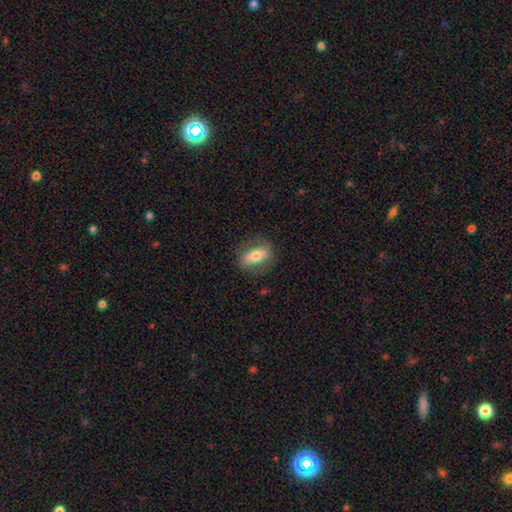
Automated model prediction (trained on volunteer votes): A smooth galaxy with no disk features (58%) that is in between round and cigar-shaped (82%).

Vote fractions:
- Smooth or featured? smooth: 58% / featured or disk: 35% / star or artifact: 7%
- How rounded? in between: 82% / round: 9% / cigar-shaped: 9%
- Merging? none: 78% / minor disturbance: 15% / major disturbance: 6% / merger: 1%